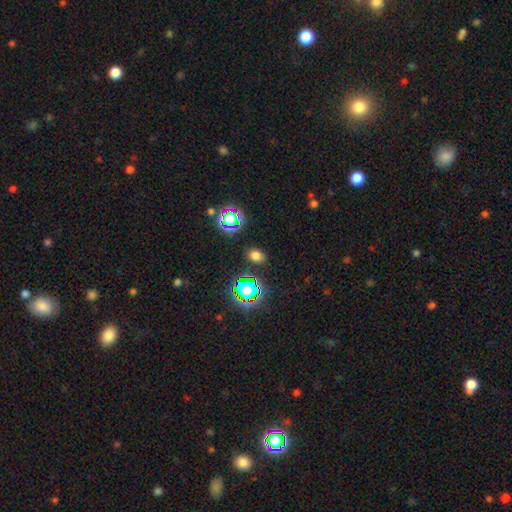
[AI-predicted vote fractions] Morphology: type=smooth (66%); roundness=in between (67%); merging=none (86%).